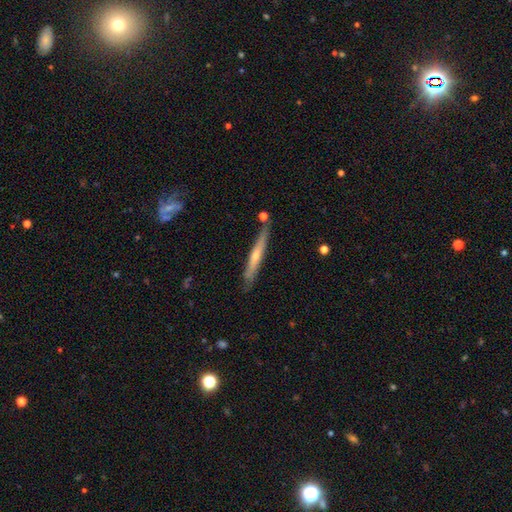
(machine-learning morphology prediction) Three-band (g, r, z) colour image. It shows a featured or disk galaxy (59%) viewed edge-on (93%) with a rounded central bulge (64%). Merging: none (80%).